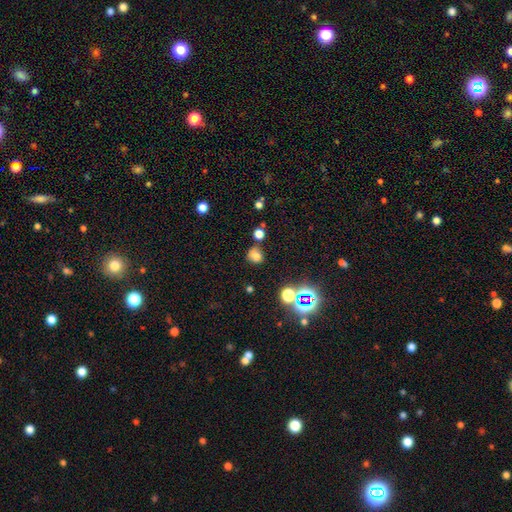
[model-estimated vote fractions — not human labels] Smooth or featured: smooth — 69% (star or artifact — 22%)
How rounded: round — 80% (in between — 19%)
Merging: none — 67% (minor disturbance — 15%)